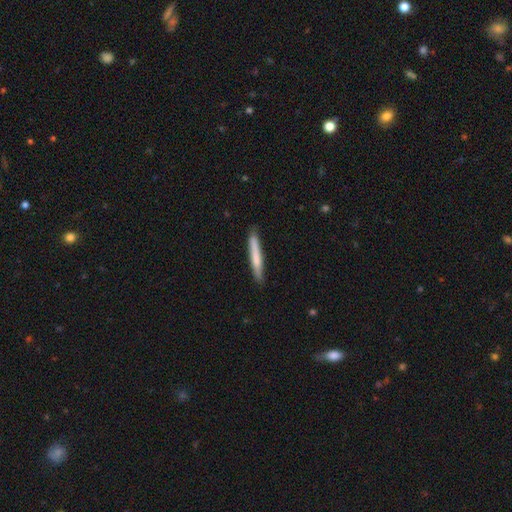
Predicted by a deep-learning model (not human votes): Smooth or featured? Predicted: smooth (p=0.70). How rounded? Predicted: cigar-shaped (p=0.96). Merging? Predicted: none (p=0.88).